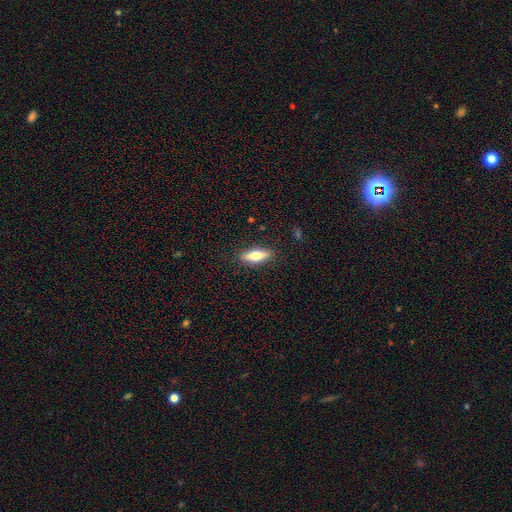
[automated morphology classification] type=smooth (62%); roundness=in between (49%, tied with cigar-shaped); merging=none (88%).